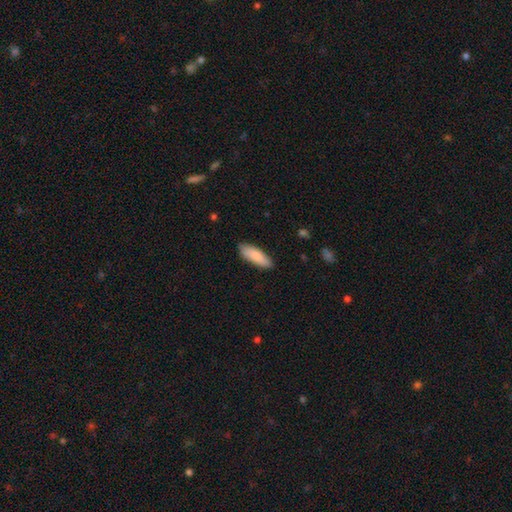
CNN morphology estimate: smooth_or_featured: smooth (p=0.86) [alt: featured or disk p=0.09]
how_rounded: in between (p=0.58) [alt: cigar-shaped p=0.41]
merging: none (p=0.86) [alt: minor disturbance p=0.11]